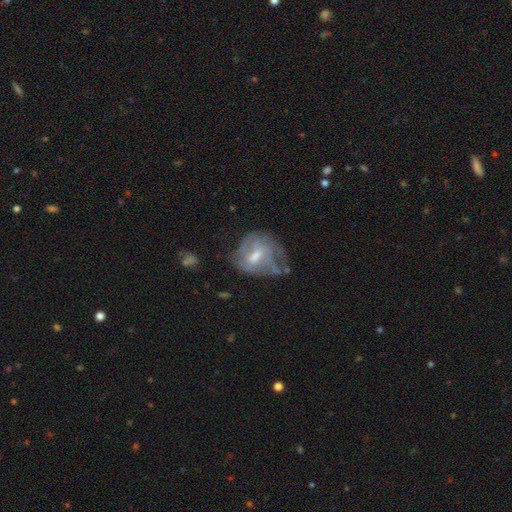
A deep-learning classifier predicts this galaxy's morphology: This is likely a featured or disk galaxy (62%). It is clearly not viewed edge-on (97%). Bar: possibly weak (52%). Spiral arm pattern: possibly yes (56%). Central bulge: possibly moderate (54%). Merging: marginally none (38%).